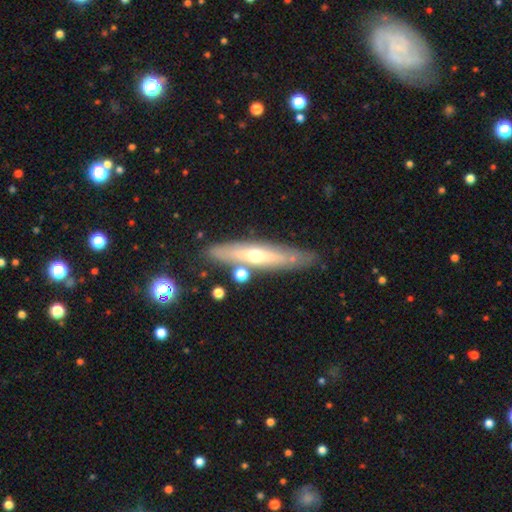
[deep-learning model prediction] smooth-or-featured: featured or disk: 58% | smooth: 35% | star or artifact: 7%
  disk-edge-on: yes: 78% | no: 22%
  merging: none: 79% | minor disturbance: 12% | merger: 5% | major disturbance: 3%